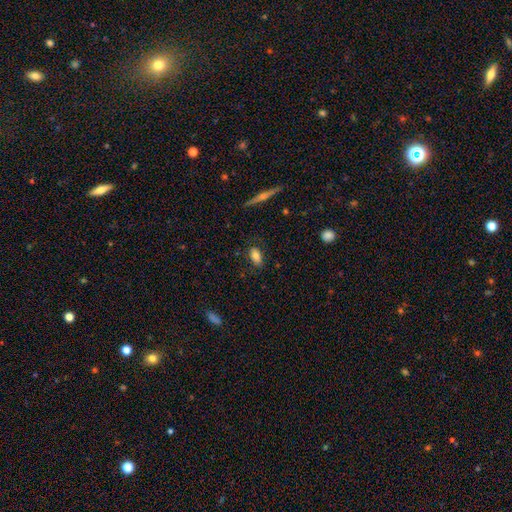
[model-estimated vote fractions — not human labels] Q: Smooth or featured?
A: smooth (80%); runner-up: featured or disk (12%)
Q: How rounded?
A: in between (88%); runner-up: cigar-shaped (7%)
Q: Merging?
A: none (81%); runner-up: minor disturbance (14%)